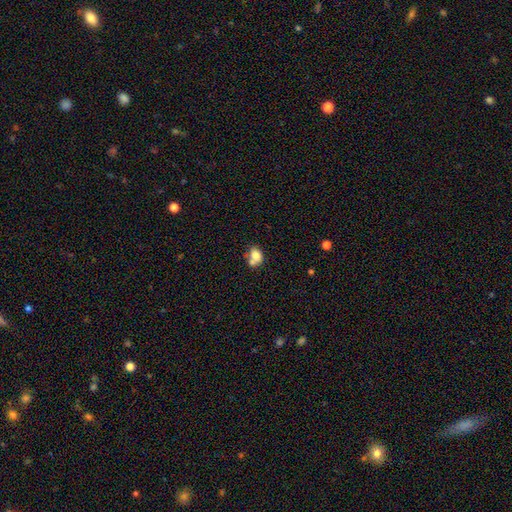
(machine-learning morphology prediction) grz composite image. It shows a smooth galaxy with no disk features (75%) that is in between round and cigar-shaped (68%). Merging: merger (41%).